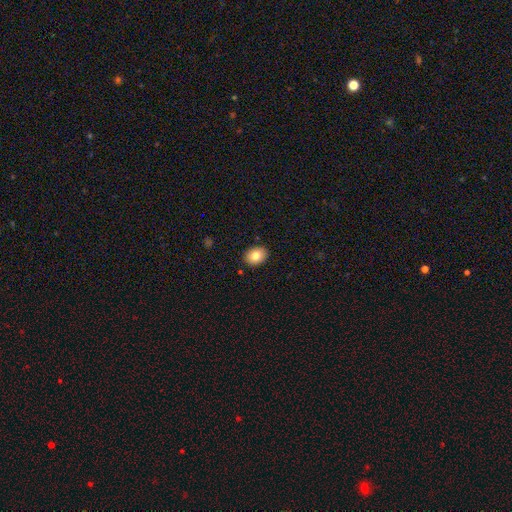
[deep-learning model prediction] Smooth or featured: smooth — 81% (featured or disk — 11%)
How rounded: in between — 61% (round — 38%)
Merging: none — 90% (minor disturbance — 7%)